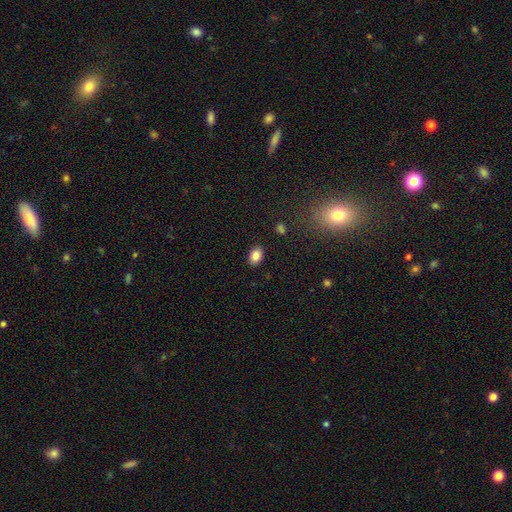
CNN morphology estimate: A smooth galaxy with no disk features (85%) that is in between round and cigar-shaped (82%). Merging: none (87%).